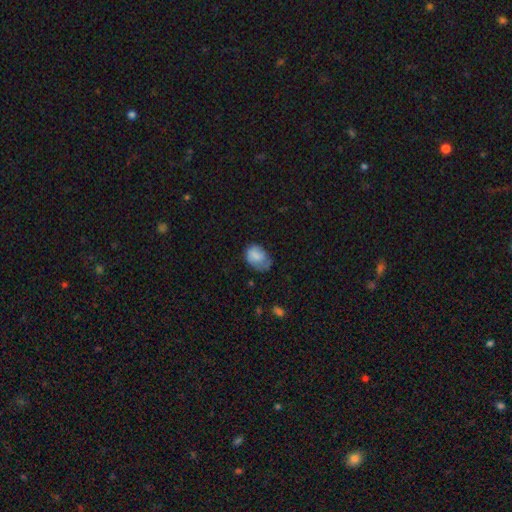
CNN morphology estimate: Smooth or featured: smooth — 72% (featured or disk — 20%)
How rounded: in between — 72% (round — 27%)
Merging: none — 42% (minor disturbance — 37%)